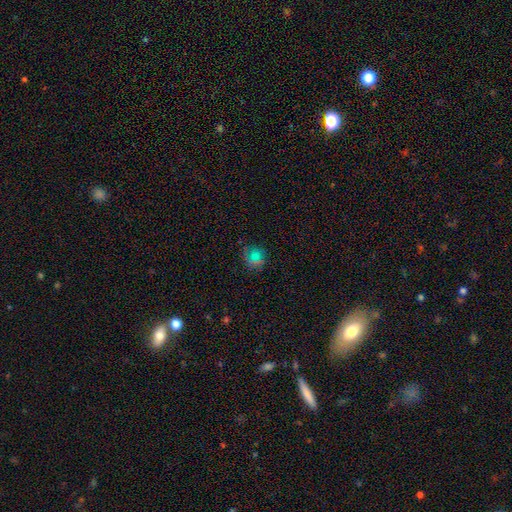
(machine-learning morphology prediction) This appears to be a smooth galaxy with no disk features (57%) that is round (85%). Merging: none (73%).